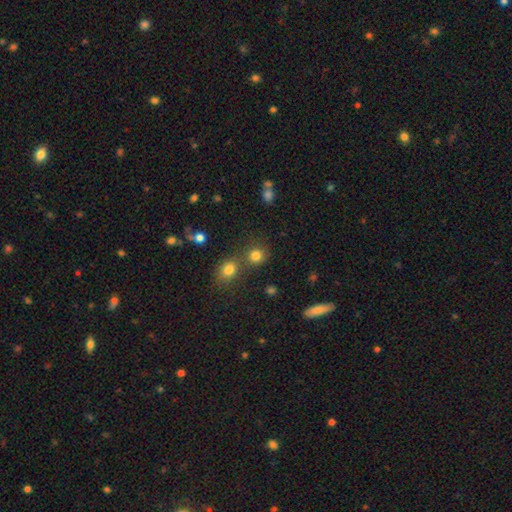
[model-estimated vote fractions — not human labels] smooth_or_featured: smooth (p=0.80) [alt: star or artifact p=0.14]
how_rounded: round (p=0.84) [alt: in between p=0.15]
merging: none (p=0.62) [alt: merger p=0.26]